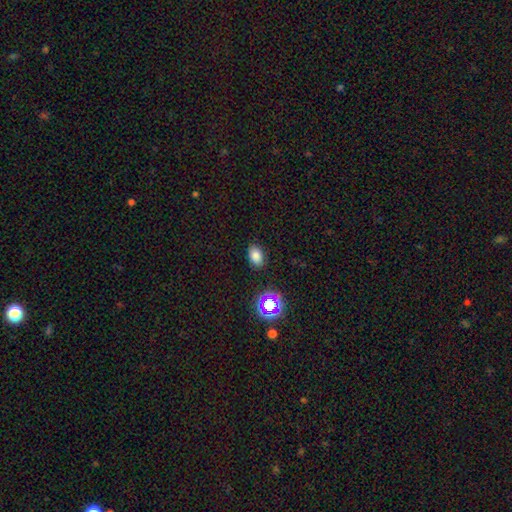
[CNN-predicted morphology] smooth_or_featured: smooth (p=0.77) [alt: star or artifact p=0.16]
how_rounded: in between (p=0.85) [alt: round p=0.14]
merging: none (p=0.86) [alt: minor disturbance p=0.10]